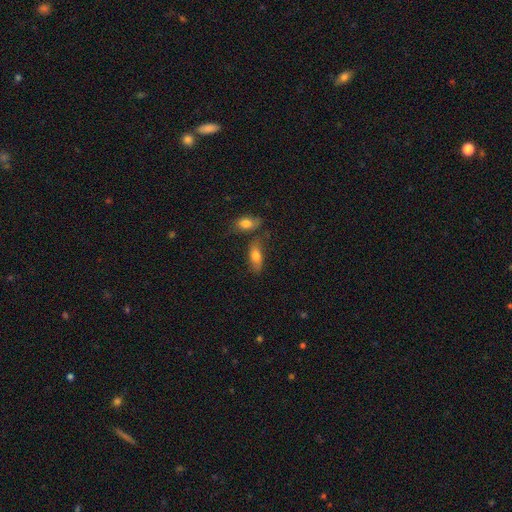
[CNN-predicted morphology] Smooth or featured: smooth — 71% (featured or disk — 20%)
How rounded: in between — 78% (cigar-shaped — 17%)
Merging: none — 55% (merger — 23%)